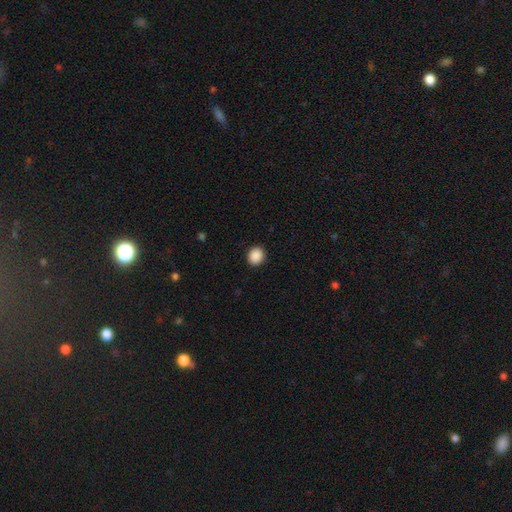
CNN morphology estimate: A smooth galaxy with no disk features (90%) that is round (75%). Merging: none (91%).